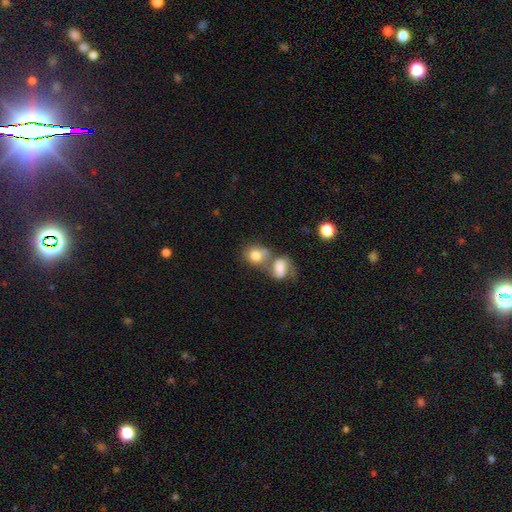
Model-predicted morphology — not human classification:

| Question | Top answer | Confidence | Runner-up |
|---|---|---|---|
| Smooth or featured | smooth | 76% | featured or disk (16%) |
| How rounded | round | 56% | in between (43%) |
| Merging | merger | 55% | none (29%) |